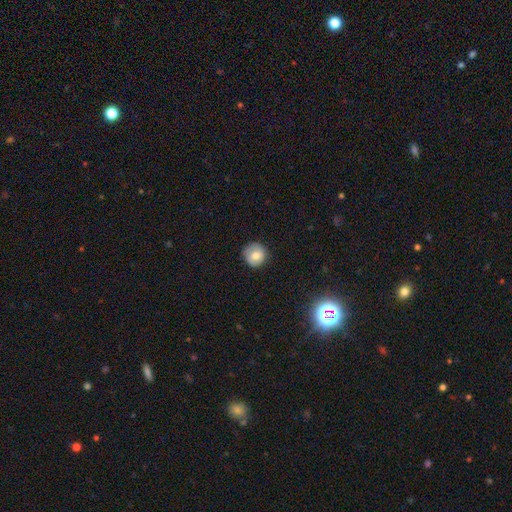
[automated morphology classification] A smooth galaxy with no disk features (71%) that is round (92%). Merging: none (82%).